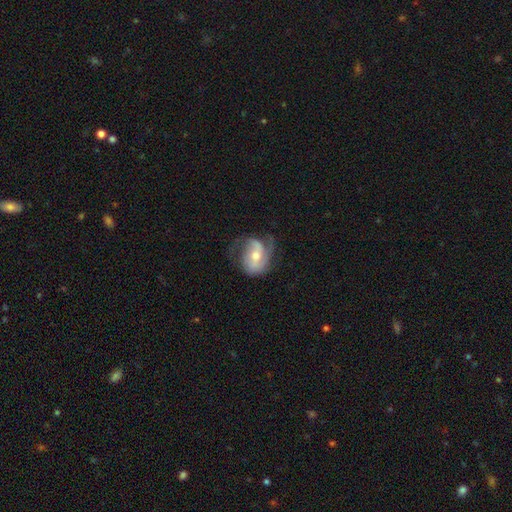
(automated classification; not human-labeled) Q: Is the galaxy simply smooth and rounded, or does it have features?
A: featured or disk — 73%.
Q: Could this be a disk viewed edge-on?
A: no — 97%.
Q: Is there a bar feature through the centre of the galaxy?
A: no — 41%.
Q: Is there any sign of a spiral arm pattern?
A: yes — 90%.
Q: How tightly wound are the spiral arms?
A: medium — 44%.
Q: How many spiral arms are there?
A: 2 — 56%.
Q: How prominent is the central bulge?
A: moderate — 59%.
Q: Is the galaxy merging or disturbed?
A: none — 51%.